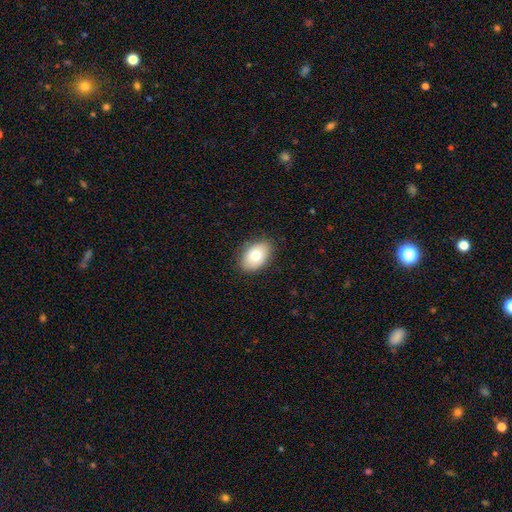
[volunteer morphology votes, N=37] Q: Smooth or featured?
A: smooth (65%); runner-up: featured or disk (27%)
Q: How rounded?
A: in between (100%)
Q: Merging?
A: none (82%); runner-up: minor disturbance (15%)